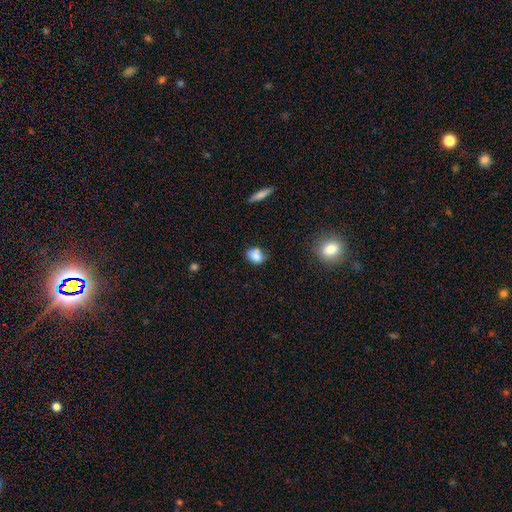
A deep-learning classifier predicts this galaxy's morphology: A smooth galaxy with no disk features (82%) that is in between round and cigar-shaped (51%). Merging: none (63%).